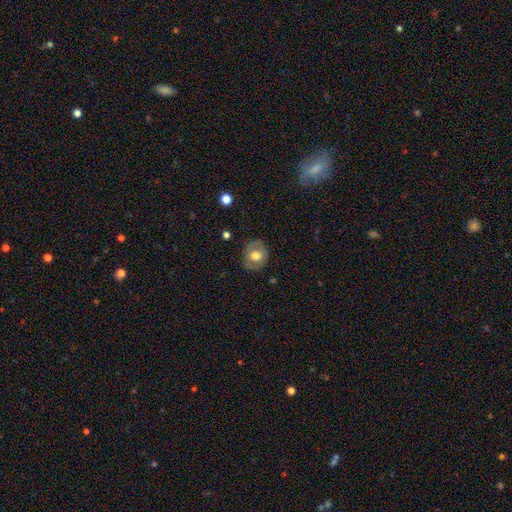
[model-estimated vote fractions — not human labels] smooth_or_featured: smooth (p=0.58) [alt: featured or disk p=0.35]
how_rounded: round (p=0.61) [alt: in between p=0.38]
merging: none (p=0.80) [alt: minor disturbance p=0.14]